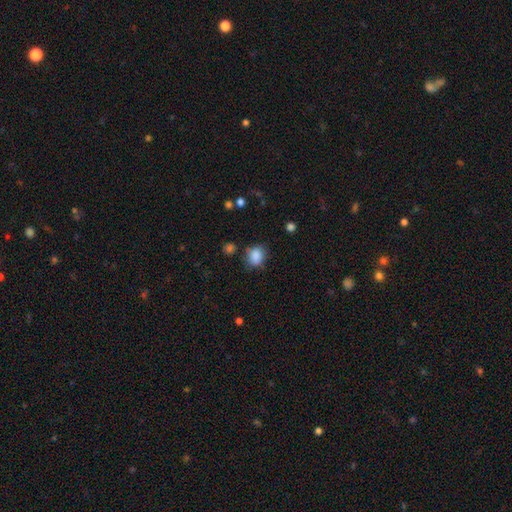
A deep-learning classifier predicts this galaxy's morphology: Smooth or featured: smooth — 85% (star or artifact — 9%)
How rounded: round — 53% (in between — 46%)
Merging: none — 68% (minor disturbance — 22%)